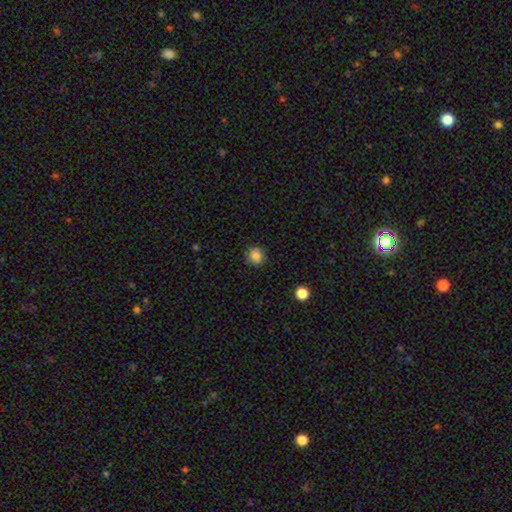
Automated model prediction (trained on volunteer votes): Smooth or featured? smooth (85%)
How rounded? round (85%)
Merging? none (88%)